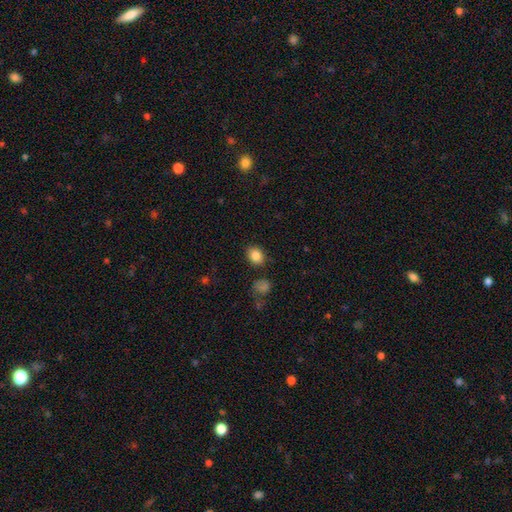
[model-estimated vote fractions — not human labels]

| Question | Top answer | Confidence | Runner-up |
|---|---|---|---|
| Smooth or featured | smooth | 85% | star or artifact (10%) |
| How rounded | in between | 50% | round (49%) |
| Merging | none | 84% | minor disturbance (10%) |